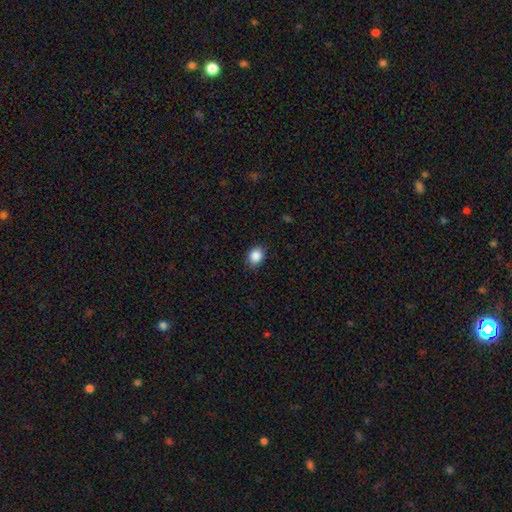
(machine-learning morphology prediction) smooth_or_featured: smooth (p=0.87) [alt: star or artifact p=0.09]
how_rounded: round (p=0.50) [alt: in between p=0.49]
merging: none (p=0.82) [alt: minor disturbance p=0.14]